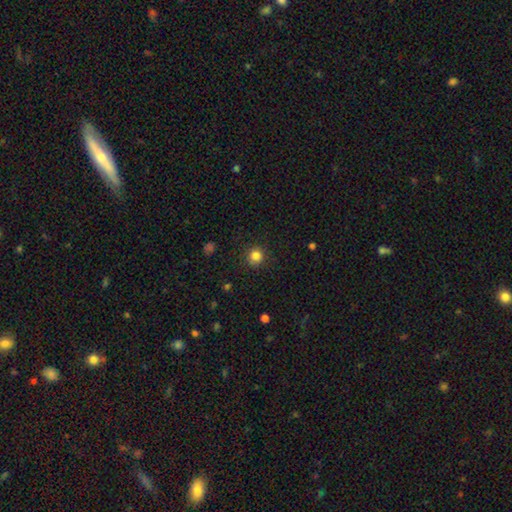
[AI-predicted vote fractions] Morphology: type=smooth (83%); roundness=round (92%); merging=none (88%).